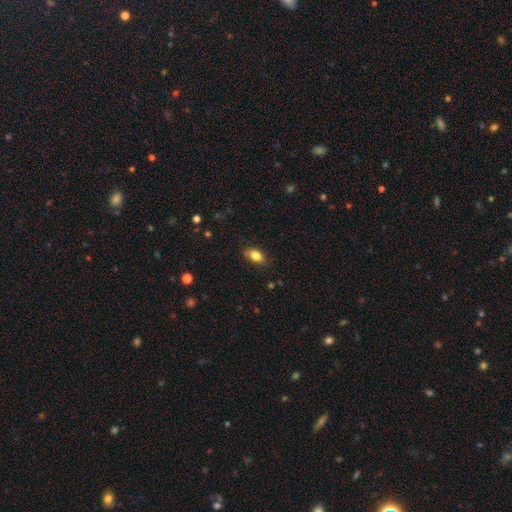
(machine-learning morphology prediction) smooth_or_featured: smooth (p=0.83) [alt: featured or disk p=0.09]
how_rounded: in between (p=0.87) [alt: round p=0.10]
merging: none (p=0.79) [alt: minor disturbance p=0.16]